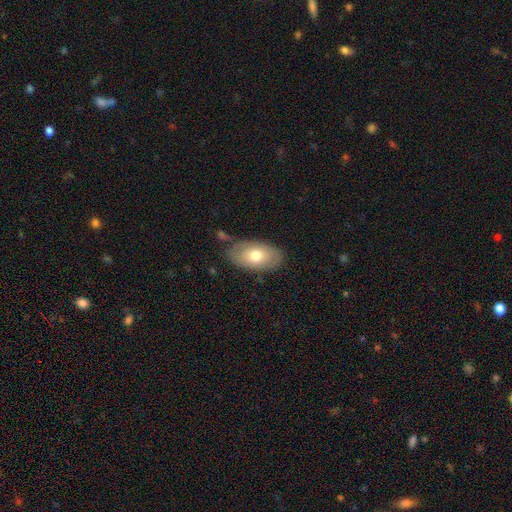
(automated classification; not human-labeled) smooth 70%, featured or disk 24%, star or artifact 7%. Down the decision tree: how rounded — in between (93%); merging — none (75%).